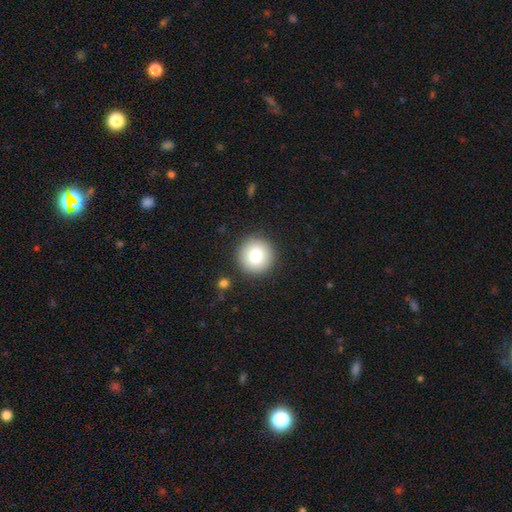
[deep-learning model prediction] Q: Smooth or featured?
A: smooth (85%); runner-up: star or artifact (8%)
Q: How rounded?
A: round (93%); runner-up: in between (6%)
Q: Merging?
A: none (89%); runner-up: minor disturbance (7%)